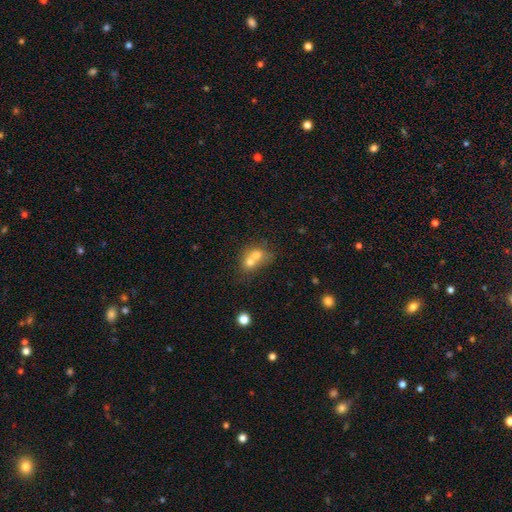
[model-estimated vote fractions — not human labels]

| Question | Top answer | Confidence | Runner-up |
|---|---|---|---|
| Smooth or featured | smooth | 64% | featured or disk (24%) |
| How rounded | round | 54% | in between (45%) |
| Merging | merger | 72% | none (18%) |